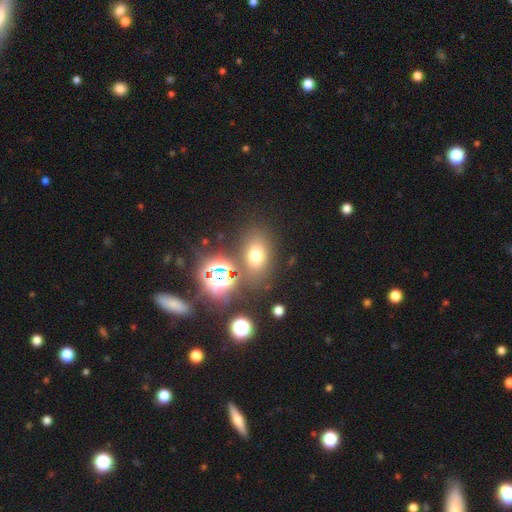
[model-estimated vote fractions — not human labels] The model was most divided on "smooth or featured": smooth: 63%, star or artifact: 25%, featured or disk: 12%. More confident: merging — none (77%); how rounded — in between (69%).